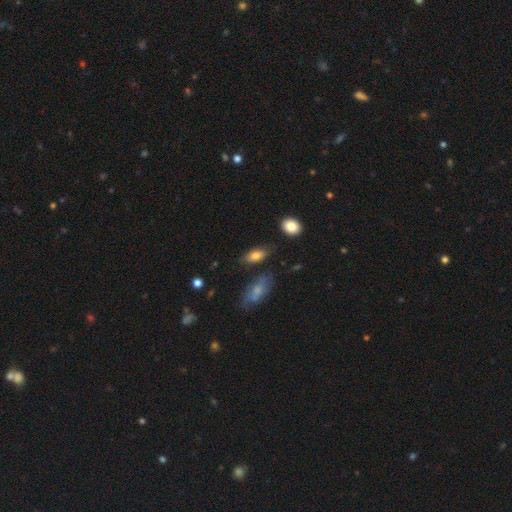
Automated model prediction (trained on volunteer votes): smooth 79%, featured or disk 13%, star or artifact 8%. Down the decision tree: how rounded — in between (86%); merging — none (74%).